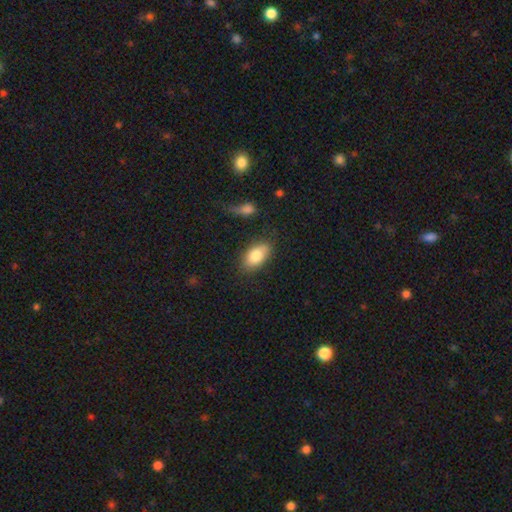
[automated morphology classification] smooth 81%, featured or disk 12%, star or artifact 7%. Down the decision tree: how rounded — in between (90%); merging — none (75%).